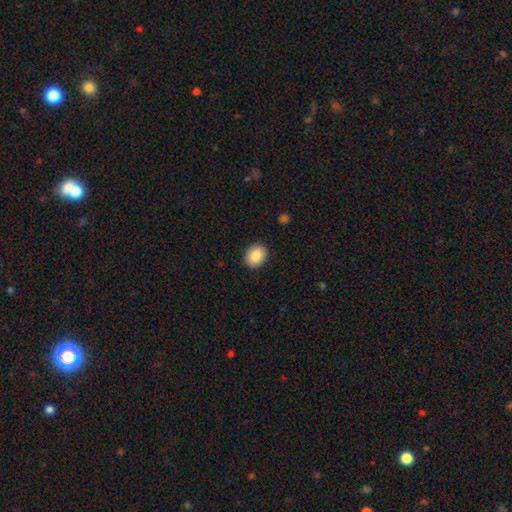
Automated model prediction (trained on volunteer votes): Smooth or featured? smooth (87%)
How rounded? round (55%)
Merging? none (90%)